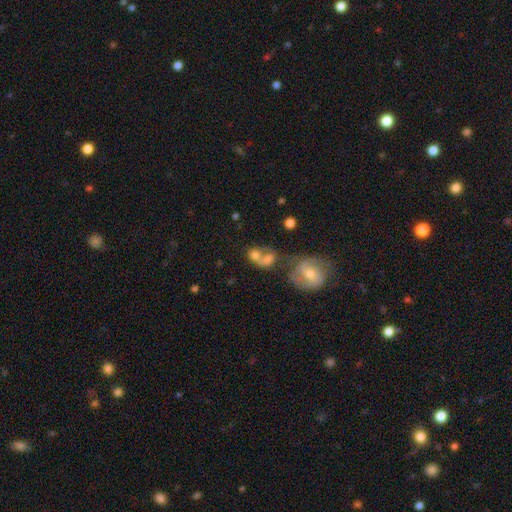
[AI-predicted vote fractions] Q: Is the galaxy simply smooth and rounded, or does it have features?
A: smooth — 63%.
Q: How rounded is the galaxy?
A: in between — 54%.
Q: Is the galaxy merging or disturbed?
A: merger — 57%.